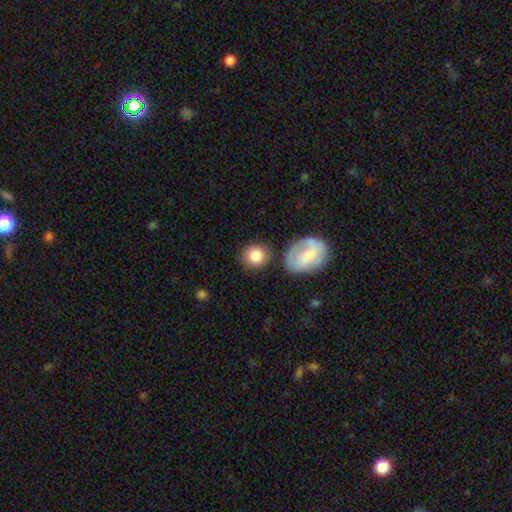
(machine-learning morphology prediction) smooth 81%, featured or disk 12%, star or artifact 7%. Down the decision tree: how rounded — round (85%); merging — none (75%).